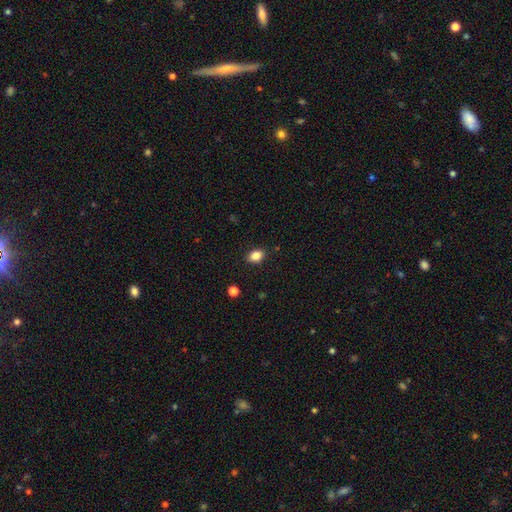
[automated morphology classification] The model was most divided on "how rounded": in between: 69%, round: 30%, cigar-shaped: 1%. More confident: merging — none (88%); smooth or featured — smooth (85%).